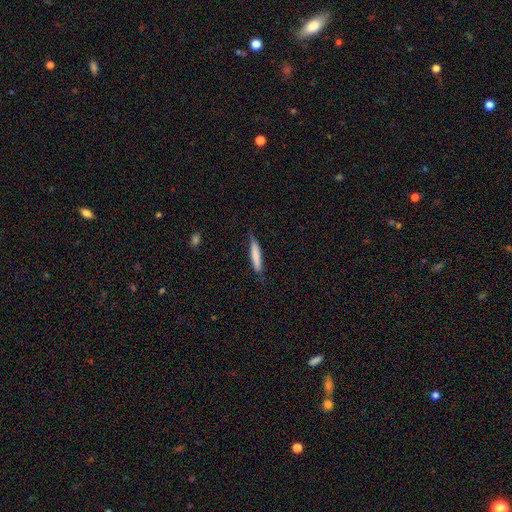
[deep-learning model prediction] Smooth or featured? smooth (75%)
How rounded? cigar-shaped (89%)
Merging? none (77%)